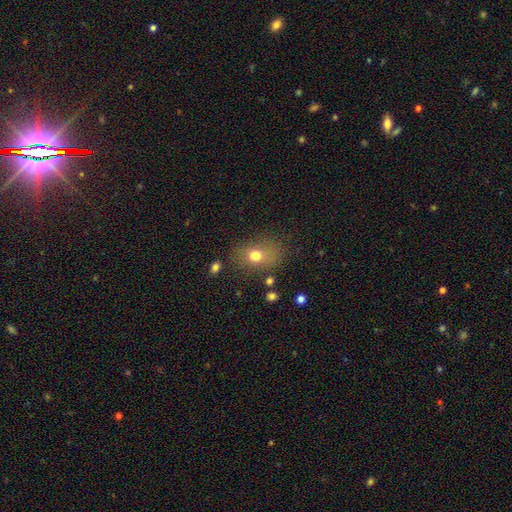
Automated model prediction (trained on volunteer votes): This is likely a smooth galaxy (73%). How rounded: likely in between (62%). Merging: likely none (67%).